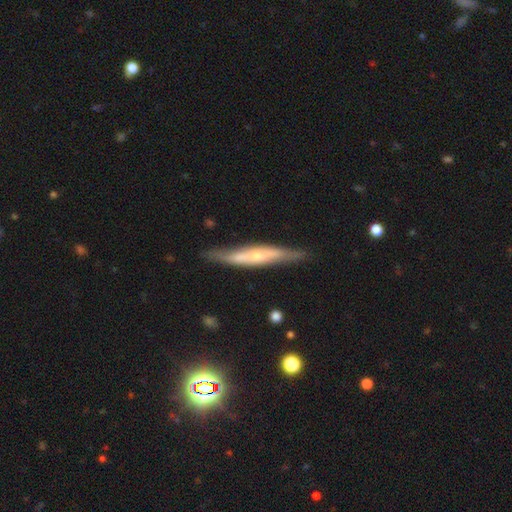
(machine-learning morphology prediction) Smooth or featured? Predicted: featured or disk (p=0.64). Edge-on disk? Predicted: yes (p=0.82). Edge-on bulge? Predicted: rounded (p=0.68). Merging? Predicted: none (p=0.80).